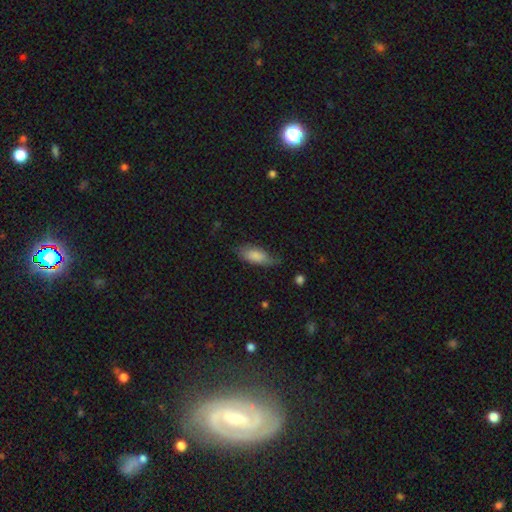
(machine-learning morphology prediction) This is likely a smooth galaxy (80%). How rounded: clearly in between (82%). Merging: likely none (61%).